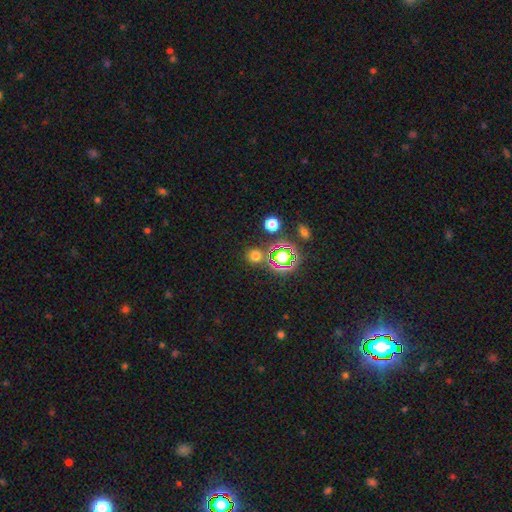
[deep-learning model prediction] This appears to be a smooth galaxy with no disk features (63%) that is round (88%). Merging: none (79%).